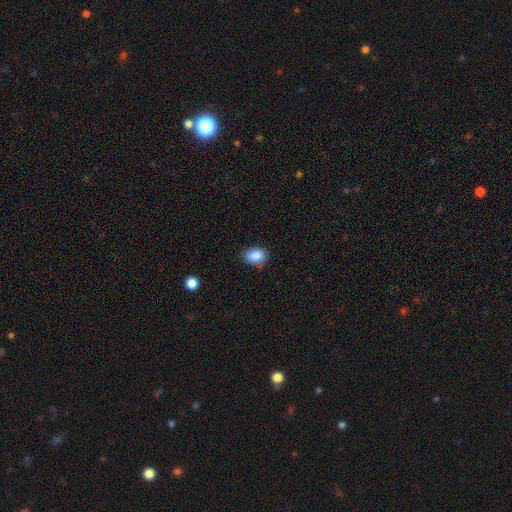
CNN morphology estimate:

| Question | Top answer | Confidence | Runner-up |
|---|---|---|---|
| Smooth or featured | smooth | 86% | star or artifact (9%) |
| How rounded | in between | 69% | round (30%) |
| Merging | none | 80% | minor disturbance (15%) |